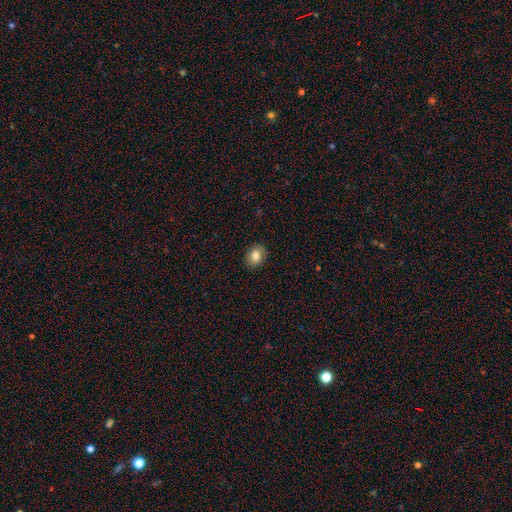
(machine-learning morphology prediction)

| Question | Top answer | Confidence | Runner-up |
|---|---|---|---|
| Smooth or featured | smooth | 81% | featured or disk (10%) |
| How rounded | in between | 58% | round (41%) |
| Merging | none | 89% | minor disturbance (8%) |